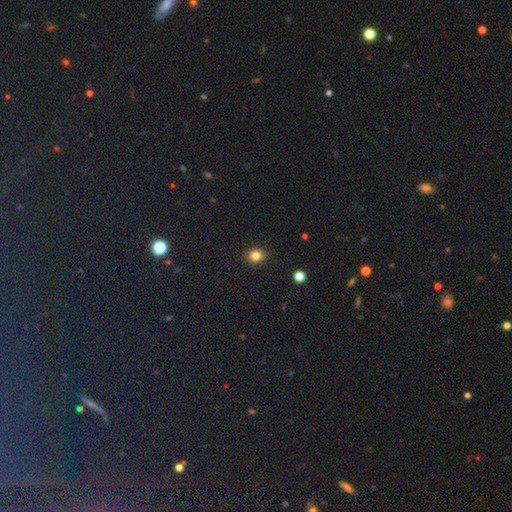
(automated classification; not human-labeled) Smooth or featured? Predicted: smooth (p=0.82). How rounded? Predicted: round (p=0.63). Merging? Predicted: none (p=0.90).